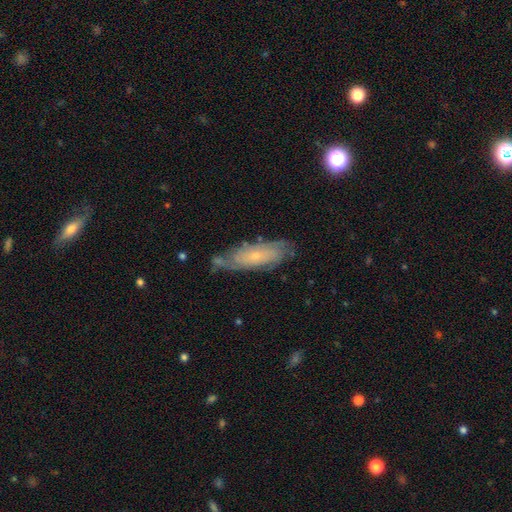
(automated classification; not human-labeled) This is possibly a featured or disk galaxy (59%). It is likely not viewed edge-on (75%). Merging: likely none (68%).